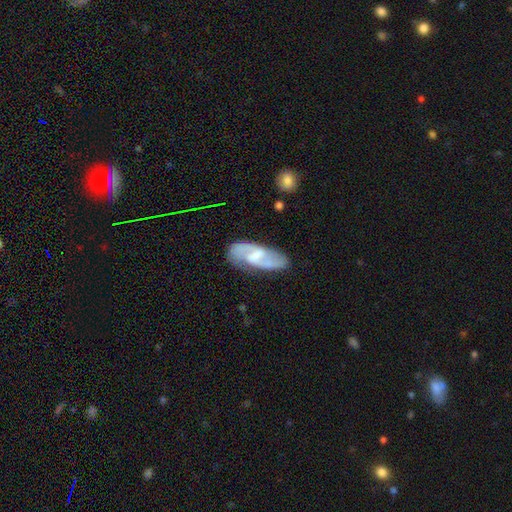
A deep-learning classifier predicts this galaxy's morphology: smooth_or_featured: featured or disk (p=0.74) [alt: smooth p=0.20]
disk_edge_on: no (p=0.93) [alt: yes p=0.07]
bar: weak (p=0.52) [alt: strong p=0.30]
has_spiral_arms: yes (p=0.89) [alt: no p=0.11]
spiral_winding: medium (p=0.45) [alt: loose p=0.37]
spiral_arm_count: 2 (p=0.87) [alt: can't tell p=0.07]
bulge_size: small (p=0.35) [alt: moderate p=0.34]
merging: none (p=0.77) [alt: minor disturbance p=0.16]